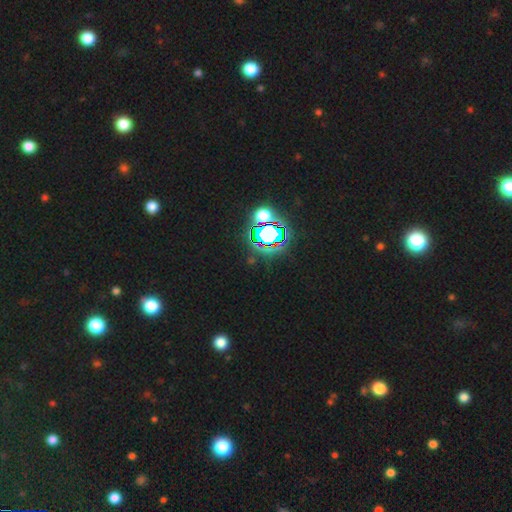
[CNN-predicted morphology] type=star or artifact (82%).